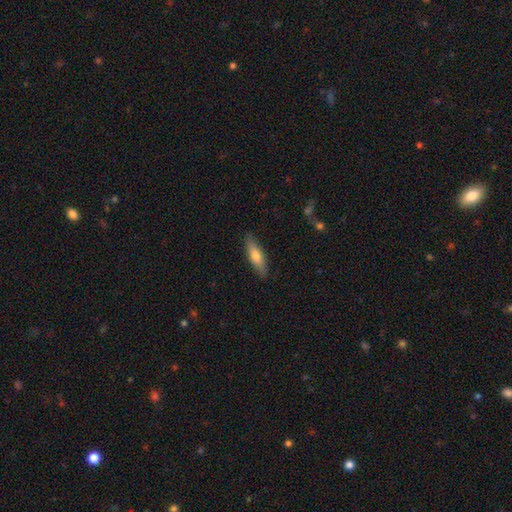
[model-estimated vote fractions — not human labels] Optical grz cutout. It shows a smooth galaxy with no disk features (66%) that is cigar-shaped (58%). Merging: none (87%).